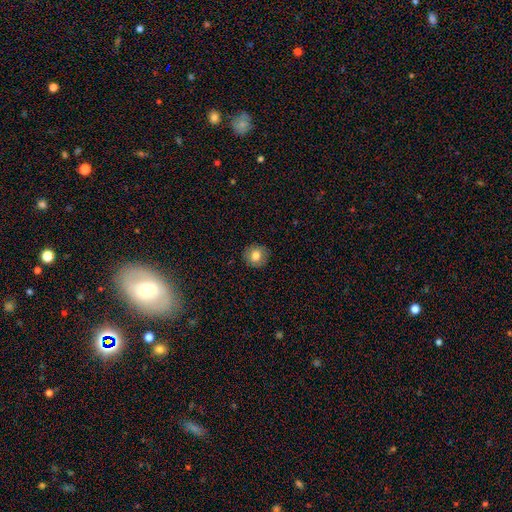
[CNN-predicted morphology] This appears to be a smooth galaxy with no disk features (80%) that is round (91%). Merging: none (90%).